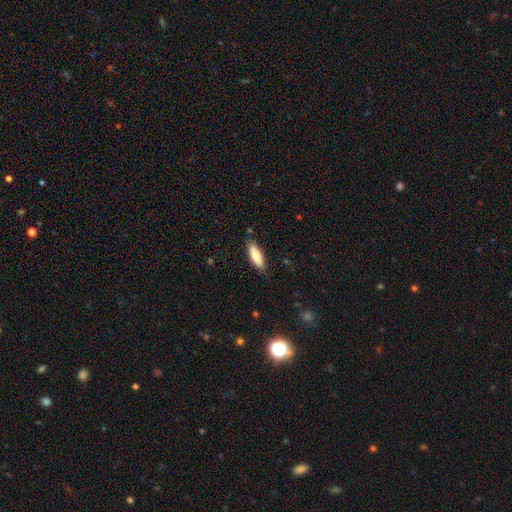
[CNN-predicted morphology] A smooth galaxy with no disk features (75%) that is in between round and cigar-shaped (64%). Merging: none (81%).